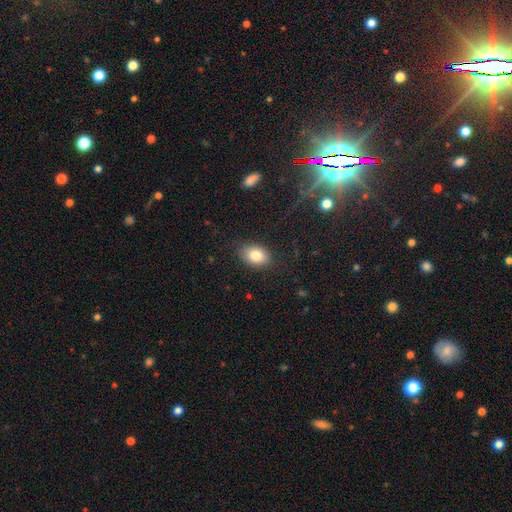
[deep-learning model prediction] Smooth or featured? smooth (81%)
How rounded? in between (79%)
Merging? none (83%)